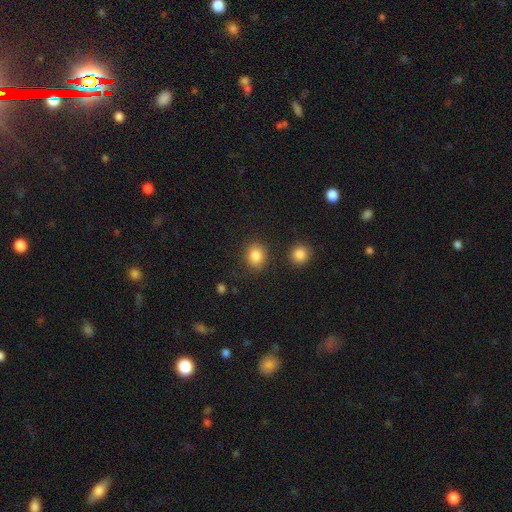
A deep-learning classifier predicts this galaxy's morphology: The model was most divided on "how rounded": round: 61%, in between: 38%, cigar-shaped: 1%. More confident: smooth or featured — smooth (86%); merging — none (82%).